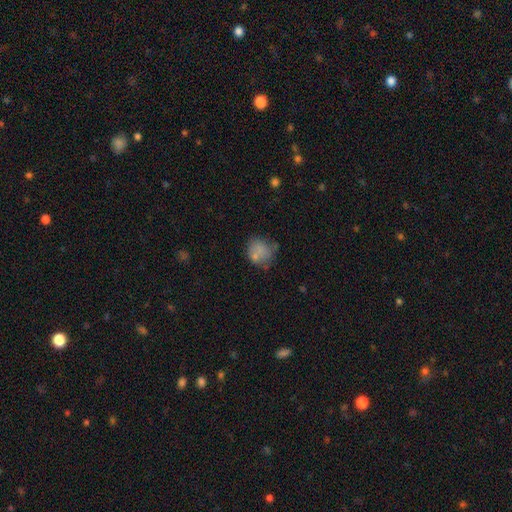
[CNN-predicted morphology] Smooth or featured? smooth (67%)
How rounded? round (71%)
Merging? none (55%)